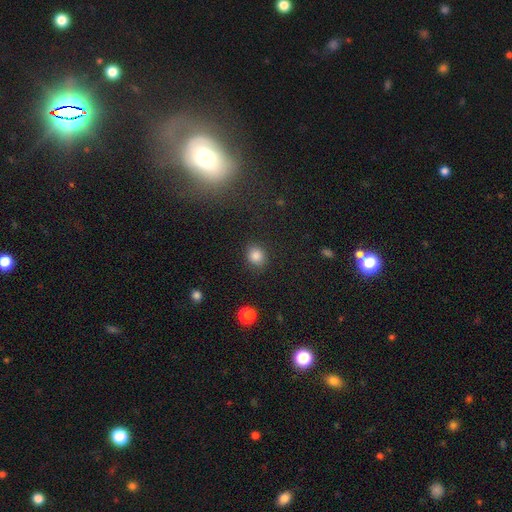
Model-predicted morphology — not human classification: Q: Smooth or featured?
A: smooth (85%); runner-up: star or artifact (11%)
Q: How rounded?
A: round (67%); runner-up: in between (32%)
Q: Merging?
A: none (85%); runner-up: minor disturbance (10%)